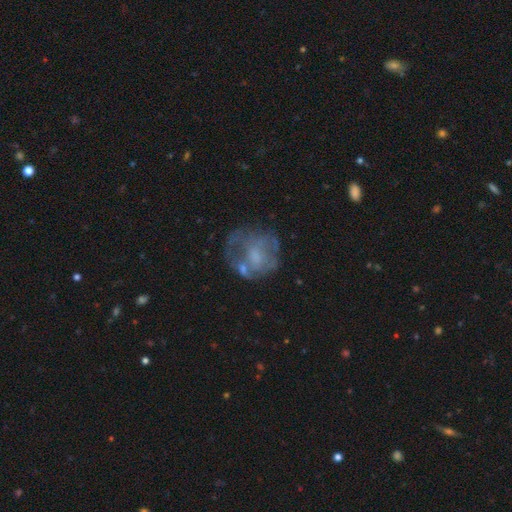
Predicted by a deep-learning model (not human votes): Smooth or featured? Predicted: featured or disk (p=0.57). Edge-on disk? Predicted: no (p=0.98). Bar? Predicted: no (p=0.74). Spiral arms? Predicted: no (p=0.71). Bulge size? Predicted: small (p=0.32, tied with moderate). Merging? Predicted: none (p=0.45).